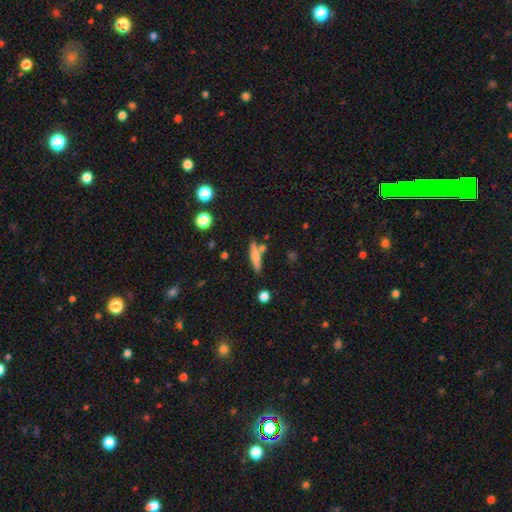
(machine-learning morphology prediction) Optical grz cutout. It shows a smooth galaxy with no disk features (60%) that is cigar-shaped (79%). Merging: none (70%).